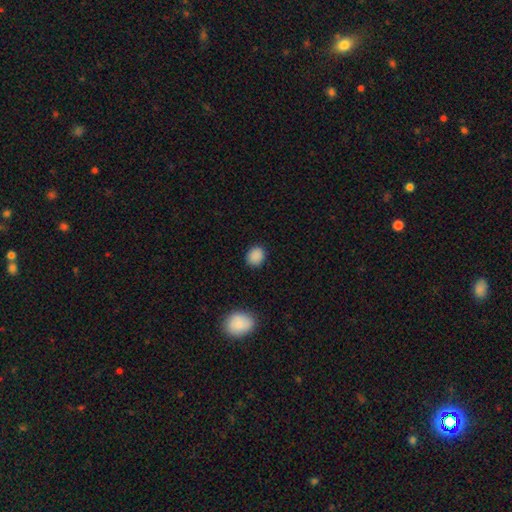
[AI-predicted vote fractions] Smooth or featured? Predicted: smooth (p=0.88). How rounded? Predicted: round (p=0.64). Merging? Predicted: none (p=0.88).